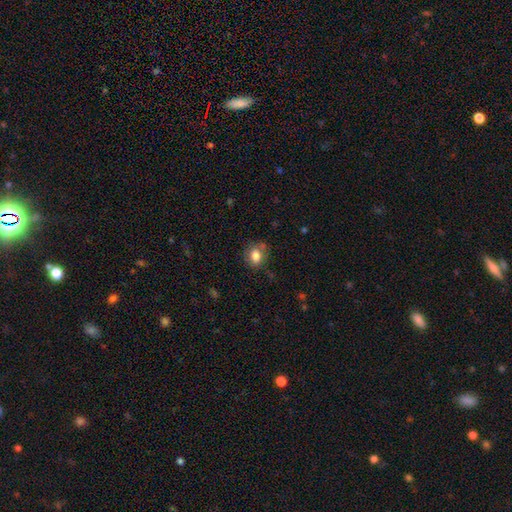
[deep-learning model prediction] Overall: smooth (79%). How rounded: in between (59%; round 40%). Merging: none (69%).